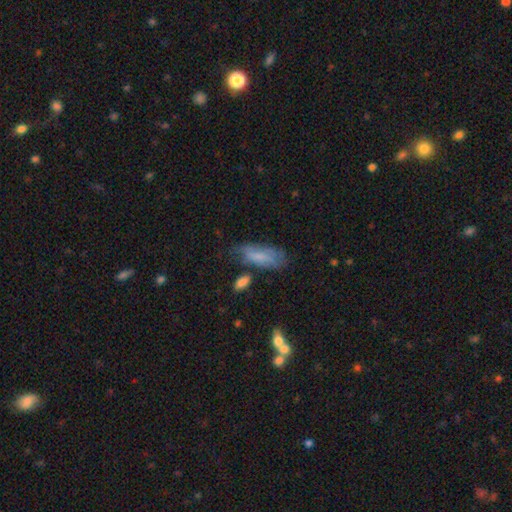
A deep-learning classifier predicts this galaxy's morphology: Smooth or featured? Predicted: smooth (p=0.64). How rounded? Predicted: in between (p=0.73). Merging? Predicted: none (p=0.49).